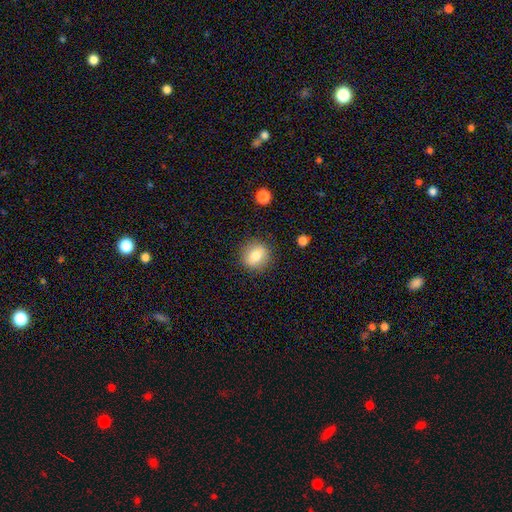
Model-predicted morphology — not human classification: Smooth or featured? smooth (77%)
How rounded? round (76%)
Merging? none (86%)